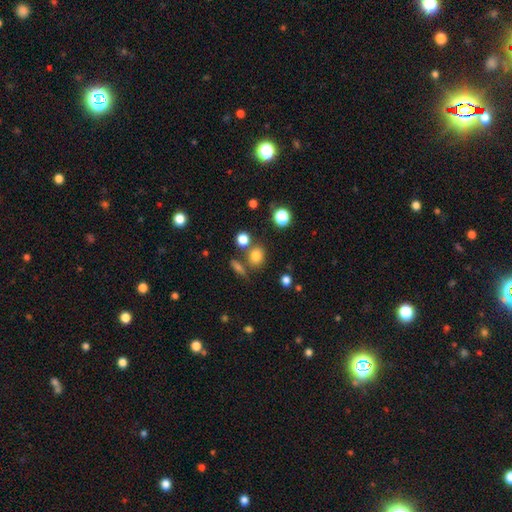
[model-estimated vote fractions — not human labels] This appears to be a smooth galaxy with no disk features (78%) that is round (66%). Merging: none (70%).